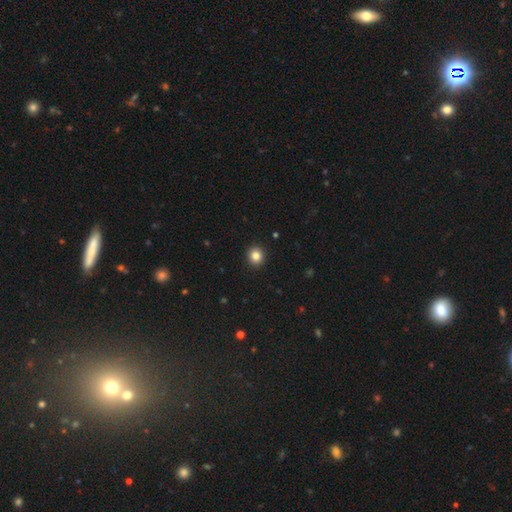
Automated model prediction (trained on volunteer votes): This appears to be a smooth galaxy with no disk features (84%) that is round (87%). Merging: none (93%).